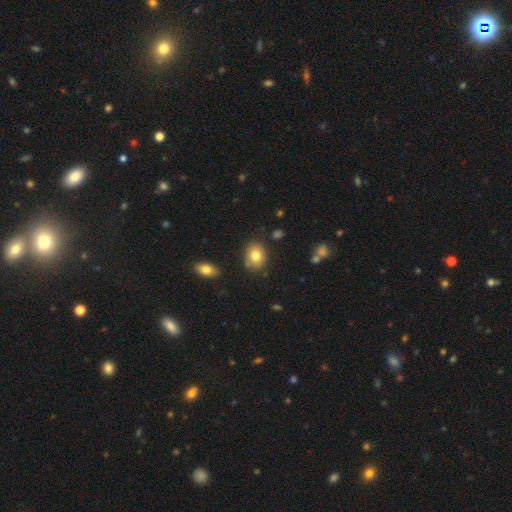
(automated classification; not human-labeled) The model was most divided on "how rounded": round: 53%, in between: 46%, cigar-shaped: 1%. More confident: merging — none (82%); smooth or featured — smooth (79%).